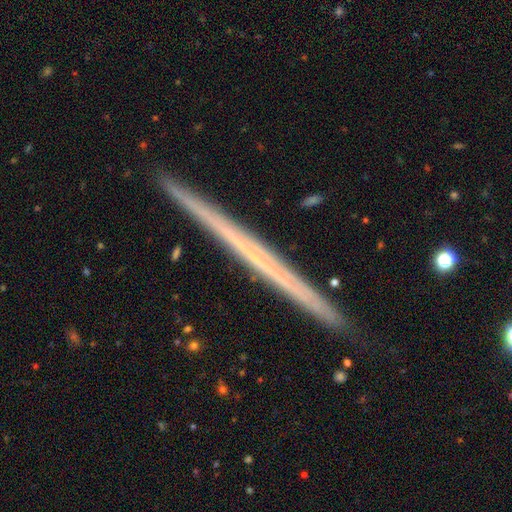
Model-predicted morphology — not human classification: This appears to be a featured or disk galaxy (65%) viewed edge-on (98%) with no central bulge (93%). Merging: none (92%).